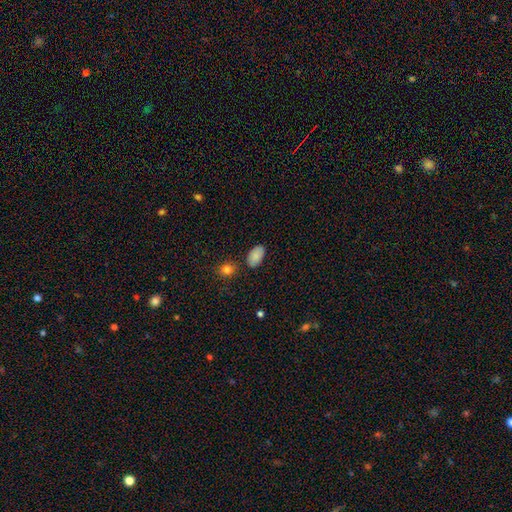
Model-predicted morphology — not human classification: smooth_or_featured: smooth (p=0.85) [alt: star or artifact p=0.07]
how_rounded: in between (p=0.94) [alt: round p=0.05]
merging: none (p=0.80) [alt: minor disturbance p=0.14]